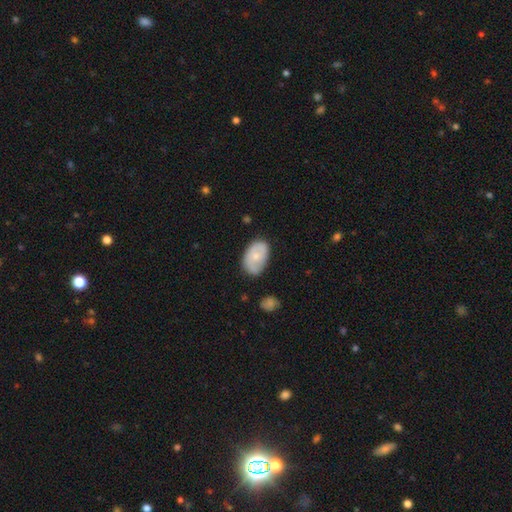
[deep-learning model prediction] Q: Smooth or featured?
A: smooth (64%); runner-up: featured or disk (30%)
Q: How rounded?
A: in between (88%); runner-up: round (10%)
Q: Merging?
A: none (64%); runner-up: minor disturbance (27%)